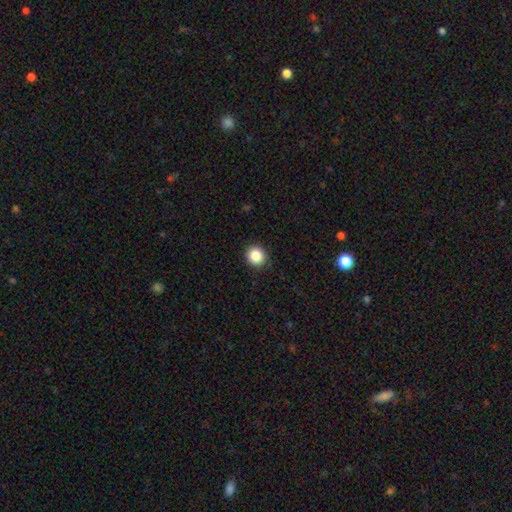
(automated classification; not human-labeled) Morphology: type=smooth (87%); roundness=round (91%); merging=none (90%).